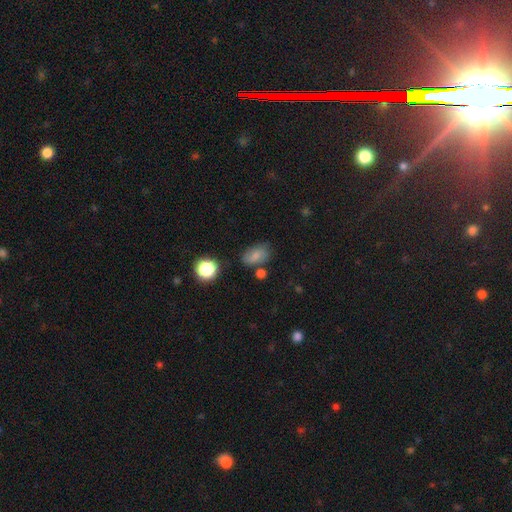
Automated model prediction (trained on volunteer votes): Morphology: type=smooth (74%); roundness=in between (85%); merging=none (65%).